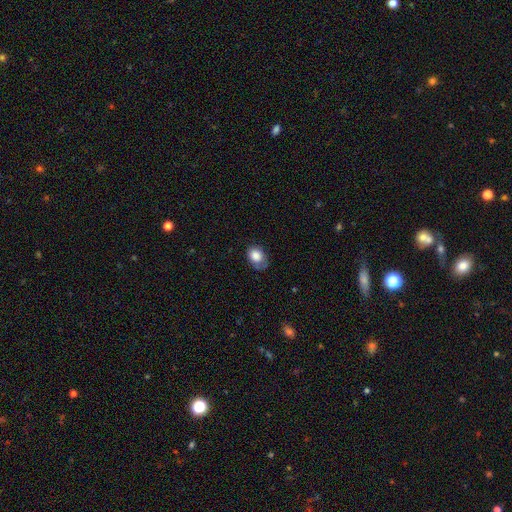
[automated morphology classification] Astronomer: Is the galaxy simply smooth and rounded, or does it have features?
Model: smooth — 80%.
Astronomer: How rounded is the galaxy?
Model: in between — 65%.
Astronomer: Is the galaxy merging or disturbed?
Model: none — 49% (runner-up: minor disturbance, 33%).